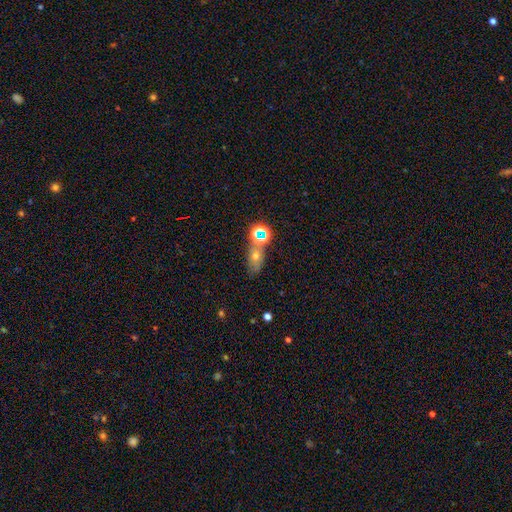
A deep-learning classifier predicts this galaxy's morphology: Smooth or featured?
  - smooth: 52% *
  - star or artifact: 27%
  - featured or disk: 21%
How rounded?
  - in between: 68% *
  - round: 25%
  - cigar-shaped: 8%
Merging?
  - none: 54% *
  - merger: 24%
  - minor disturbance: 15%
  - major disturbance: 7%